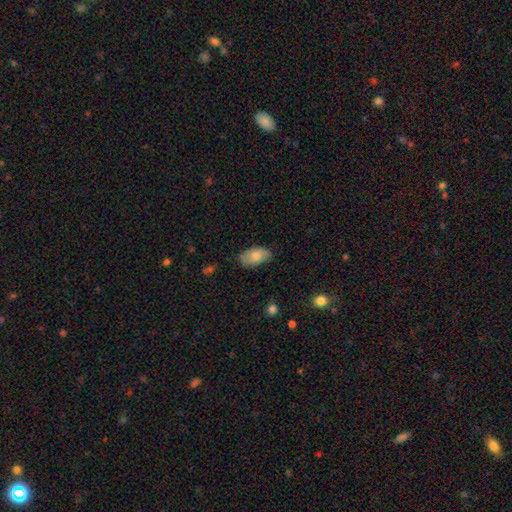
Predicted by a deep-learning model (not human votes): Smooth or featured? smooth (79%)
How rounded? in between (94%)
Merging? none (71%)